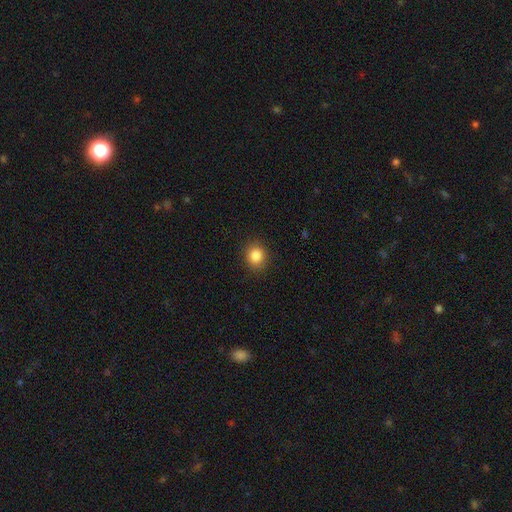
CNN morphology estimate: The model was most divided on "how rounded": round: 75%, in between: 24%, cigar-shaped: 1%. More confident: merging — none (88%); smooth or featured — smooth (86%).